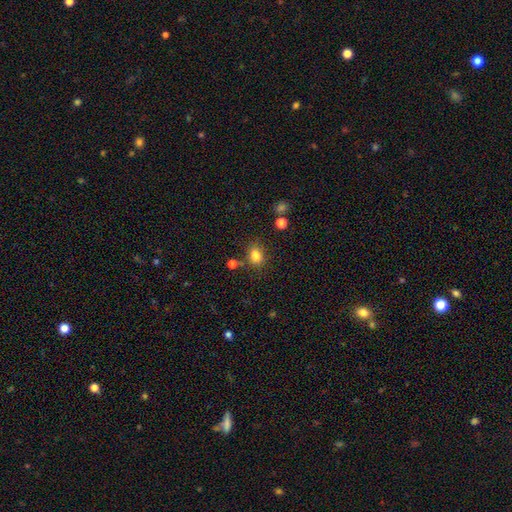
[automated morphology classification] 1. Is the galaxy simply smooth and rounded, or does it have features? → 82% smooth, 12% star or artifact, 6% featured or disk.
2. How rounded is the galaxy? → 66% in between, 33% round, 1% cigar-shaped.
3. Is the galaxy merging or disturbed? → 72% none, 15% minor disturbance, 8% merger, 5% major disturbance.